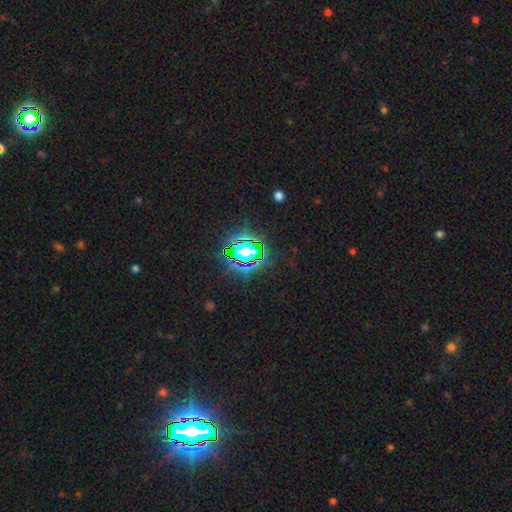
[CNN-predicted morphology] smooth_or_featured: star or artifact (p=0.83) [alt: smooth p=0.10]